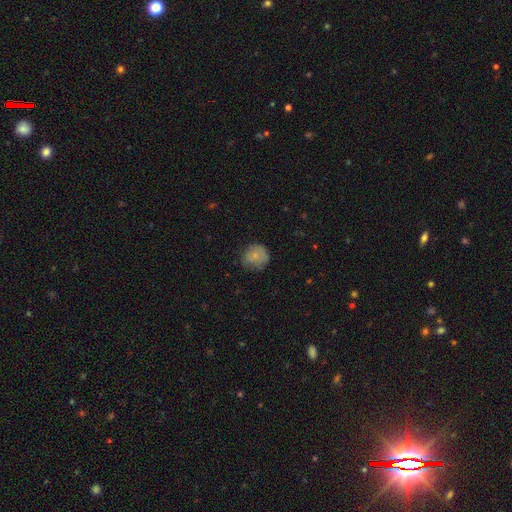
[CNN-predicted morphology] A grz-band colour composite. It shows a smooth galaxy with no disk features (74%) that is round (82%). Merging: none (65%).